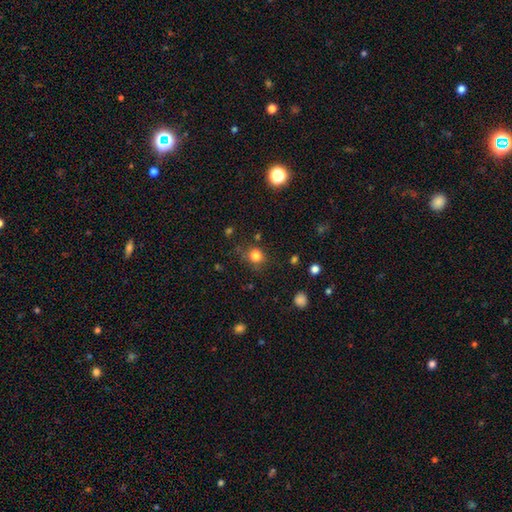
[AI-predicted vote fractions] Morphology: type=smooth (81%); roundness=round (81%); merging=none (74%).